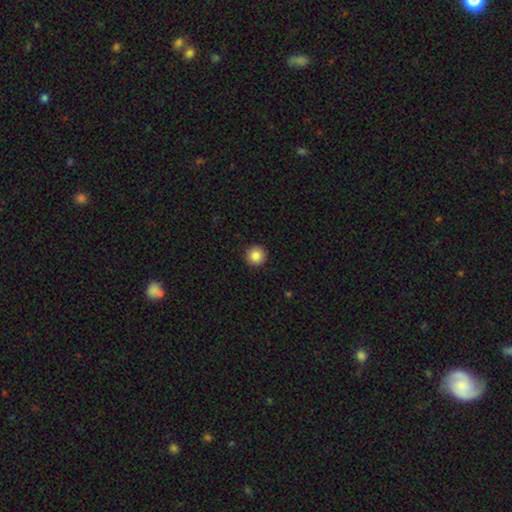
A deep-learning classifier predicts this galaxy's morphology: The model was most divided on "smooth or featured": smooth: 86%, star or artifact: 9%, featured or disk: 5%. More confident: how rounded — round (96%); merging — none (93%).